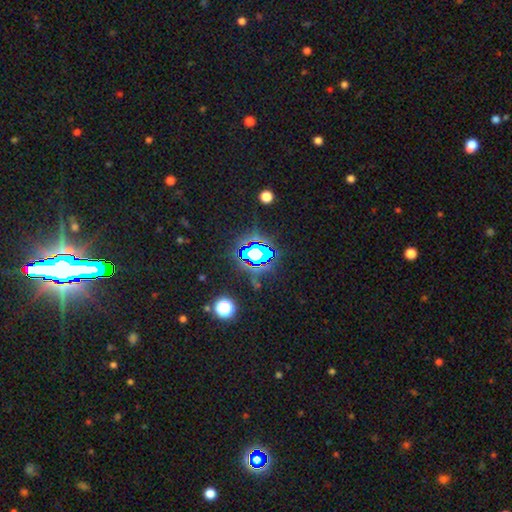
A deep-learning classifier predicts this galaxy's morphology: smooth-or-featured: star or artifact: 72% | smooth: 16% | featured or disk: 12%